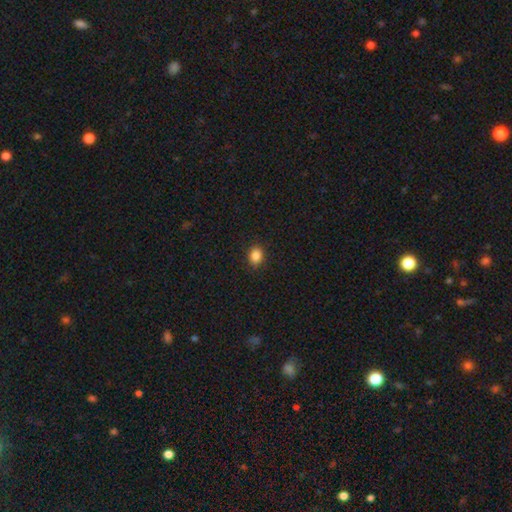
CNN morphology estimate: smooth-or-featured: smooth: 87% | star or artifact: 10% | featured or disk: 3%
  how-rounded: round: 50% | in between: 49% | cigar-shaped: 1%
  merging: none: 89% | minor disturbance: 8% | major disturbance: 2% | merger: 1%